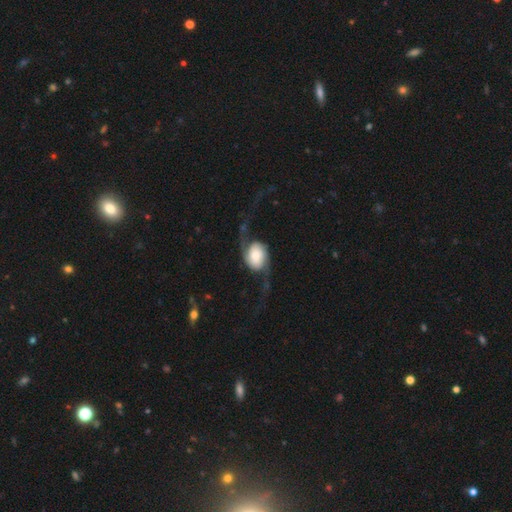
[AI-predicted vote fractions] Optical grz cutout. It shows a featured or disk galaxy (78%) with no bar (63%), 2 (93%) loose (83%) spiral arms (95%) and a large central bulge (29%). Merging: none (53%).